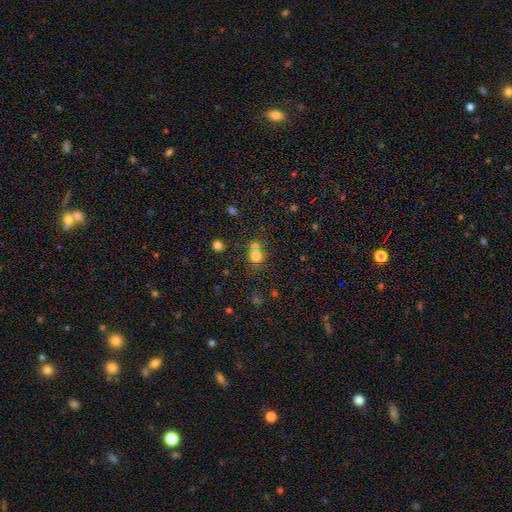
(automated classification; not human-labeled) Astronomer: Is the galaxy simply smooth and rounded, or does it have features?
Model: smooth — 75%.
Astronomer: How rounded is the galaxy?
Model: round — 74%.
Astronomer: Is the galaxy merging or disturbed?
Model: none — 52% (runner-up: merger, 32%).